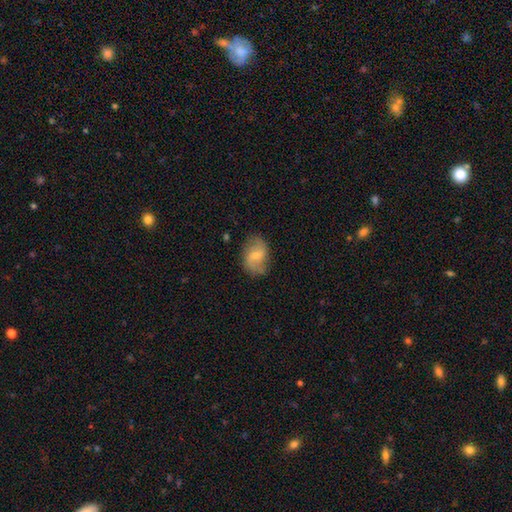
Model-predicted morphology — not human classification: Smooth or featured? featured or disk (50%)
Merging? none (73%)